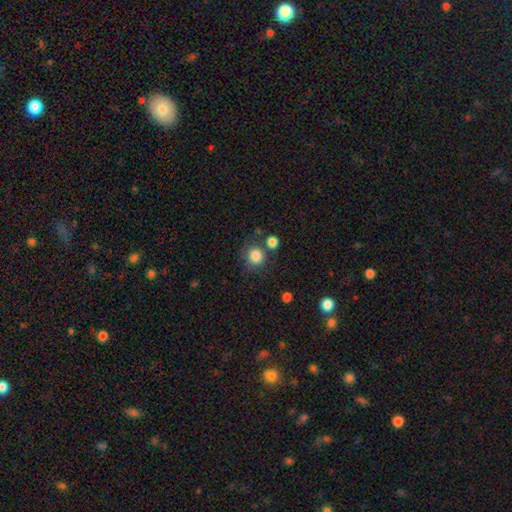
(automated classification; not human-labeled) smooth-or-featured: smooth: 84% | star or artifact: 10% | featured or disk: 5%
  how-rounded: round: 86% | in between: 13% | cigar-shaped: 1%
  merging: none: 68% | merger: 15% | minor disturbance: 12% | major disturbance: 5%